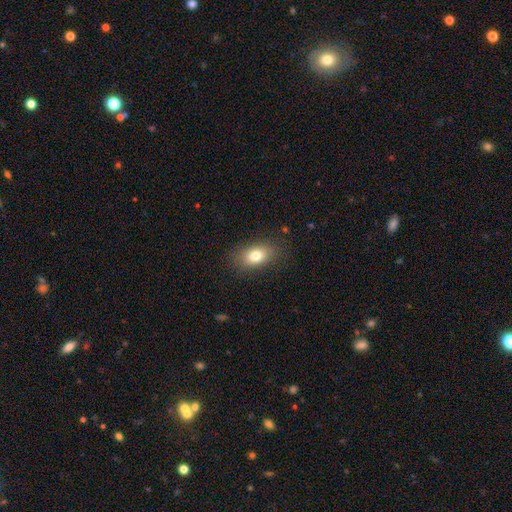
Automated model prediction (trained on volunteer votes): smooth-or-featured: smooth: 80% | featured or disk: 11% | star or artifact: 9%
  how-rounded: in between: 85% | round: 12% | cigar-shaped: 2%
  merging: none: 83% | minor disturbance: 12% | major disturbance: 4% | merger: 1%